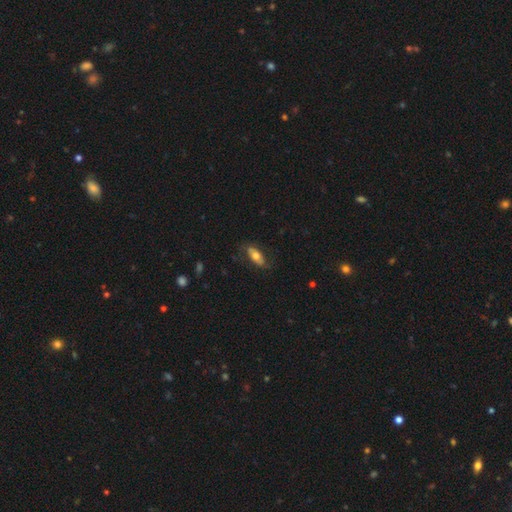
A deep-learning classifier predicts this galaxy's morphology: Q: Smooth or featured?
A: smooth (60%); runner-up: featured or disk (34%)
Q: How rounded?
A: in between (80%); runner-up: cigar-shaped (16%)
Q: Merging?
A: none (73%); runner-up: minor disturbance (19%)